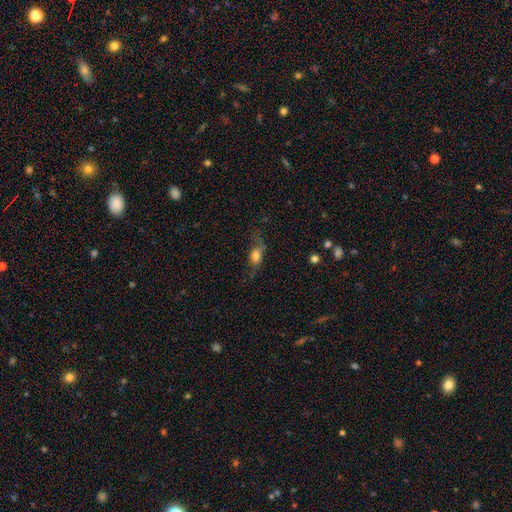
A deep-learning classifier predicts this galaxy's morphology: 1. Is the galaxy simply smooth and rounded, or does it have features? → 66% smooth, 24% featured or disk, 10% star or artifact.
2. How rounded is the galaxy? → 69% in between, 17% cigar-shaped, 15% round.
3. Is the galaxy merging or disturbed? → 47% none, 26% minor disturbance, 23% major disturbance, 3% merger.